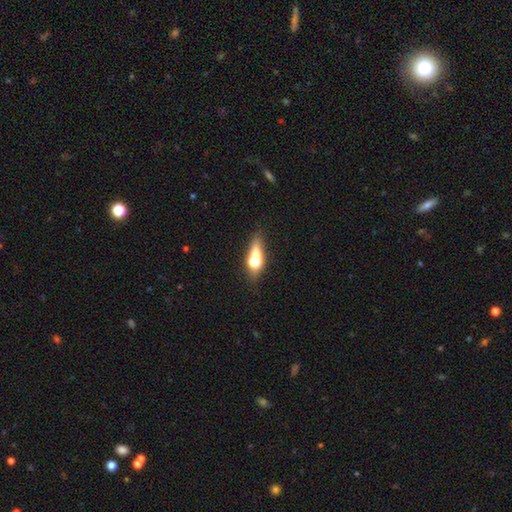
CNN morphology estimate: Smooth or featured? smooth (57%)
How rounded? in between (52%)
Merging? none (46%)